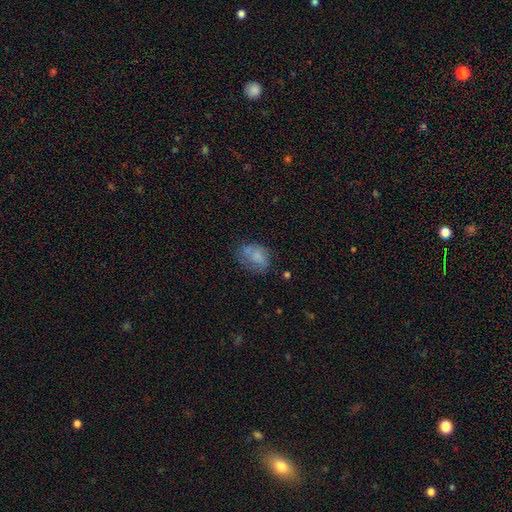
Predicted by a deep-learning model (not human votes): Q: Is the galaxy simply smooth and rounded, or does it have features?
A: smooth — 65%.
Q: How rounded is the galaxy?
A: in between — 74%.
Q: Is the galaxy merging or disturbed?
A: none — 49%.